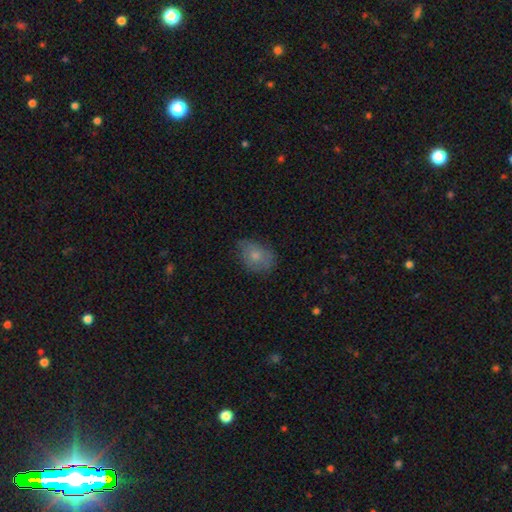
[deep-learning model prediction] Smooth or featured?
  - smooth: 71% *
  - featured or disk: 20%
  - star or artifact: 9%
How rounded?
  - in between: 71% *
  - round: 28%
  - cigar-shaped: 1%
Merging?
  - none: 61% *
  - minor disturbance: 30%
  - major disturbance: 7%
  - merger: 1%